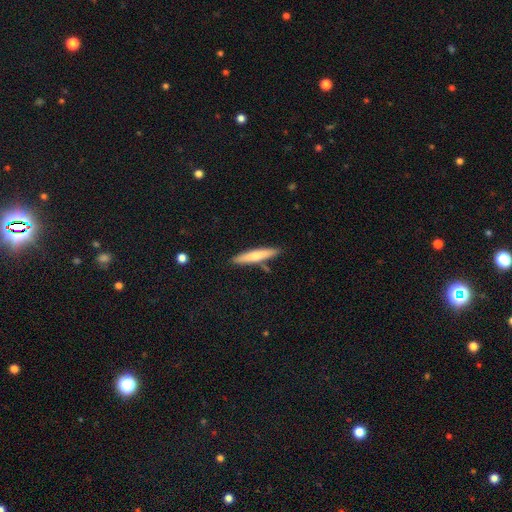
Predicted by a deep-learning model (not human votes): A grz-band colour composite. It shows a smooth galaxy with no disk features (64%) that is cigar-shaped (89%). Merging: none (84%).